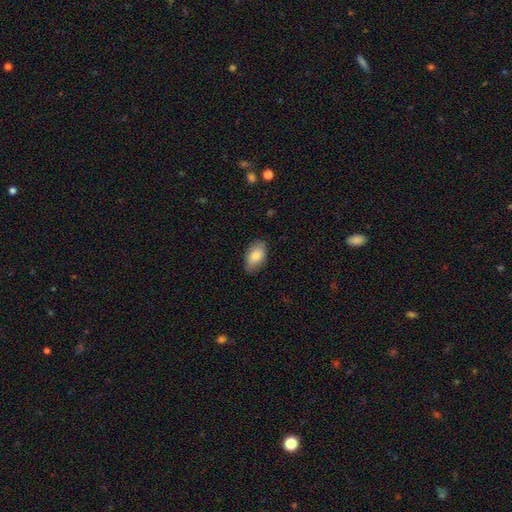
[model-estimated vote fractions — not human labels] A smooth galaxy with no disk features (82%) that is in between round and cigar-shaped (93%). Merging: none (82%).